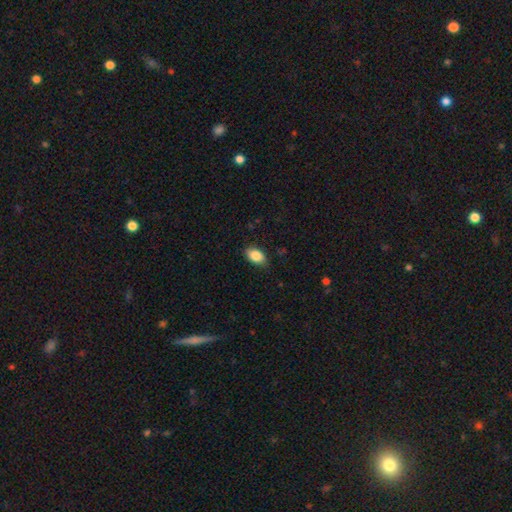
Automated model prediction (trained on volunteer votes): smooth-or-featured: smooth: 86% | star or artifact: 7% | featured or disk: 6%
  how-rounded: in between: 90% | round: 8% | cigar-shaped: 2%
  merging: none: 84% | minor disturbance: 12% | major disturbance: 2% | merger: 1%